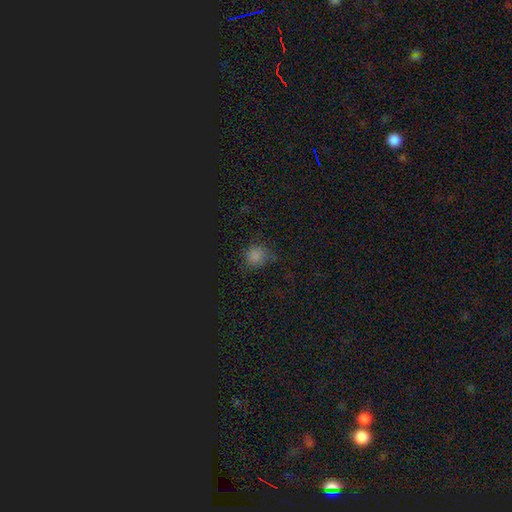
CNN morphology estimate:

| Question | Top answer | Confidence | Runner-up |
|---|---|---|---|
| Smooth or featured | smooth | 71% | star or artifact (23%) |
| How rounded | round | 82% | in between (17%) |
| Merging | none | 68% | minor disturbance (21%) |